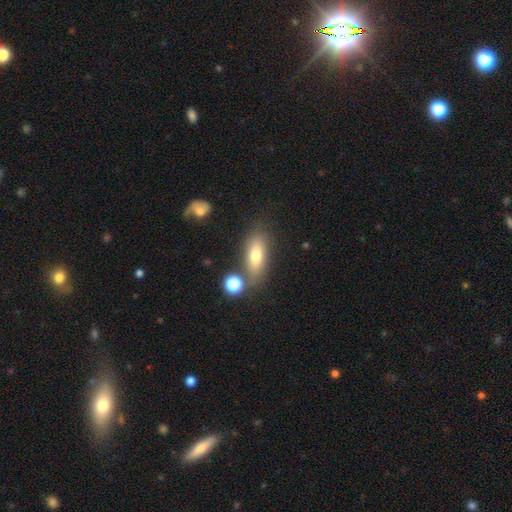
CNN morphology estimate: The model was most divided on "how rounded": in between: 70%, cigar-shaped: 25%, round: 6%. More confident: smooth or featured — smooth (70%); merging — none (70%).